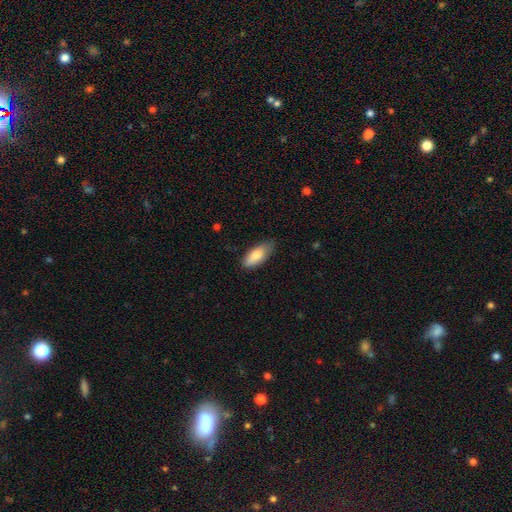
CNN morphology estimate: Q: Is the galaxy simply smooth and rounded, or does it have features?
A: smooth — 83%.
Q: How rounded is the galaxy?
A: in between — 81%.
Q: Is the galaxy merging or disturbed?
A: none — 70%.